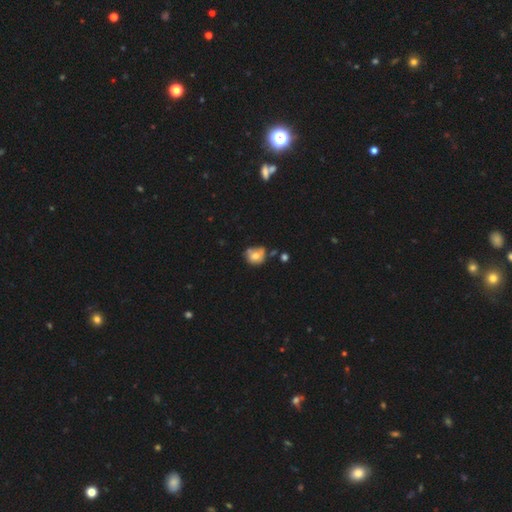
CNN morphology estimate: Smooth or featured?
  - smooth: 63% *
  - featured or disk: 26%
  - star or artifact: 11%
How rounded?
  - round: 71% *
  - in between: 28%
  - cigar-shaped: 1%
Merging?
  - none: 45% *
  - minor disturbance: 28%
  - merger: 17%
  - major disturbance: 11%